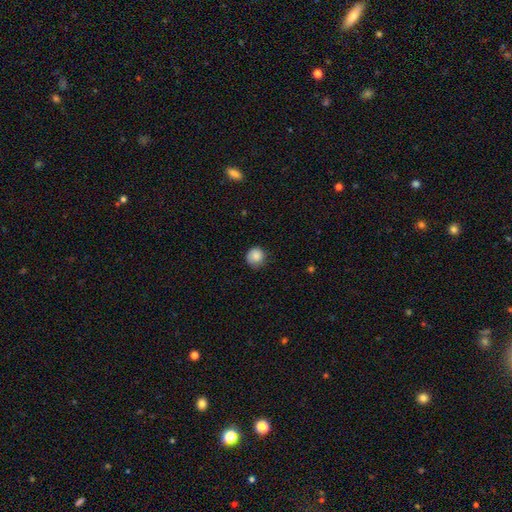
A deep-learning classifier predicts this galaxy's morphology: This appears to be a smooth galaxy with no disk features (86%) that is round (92%). Merging: none (77%).